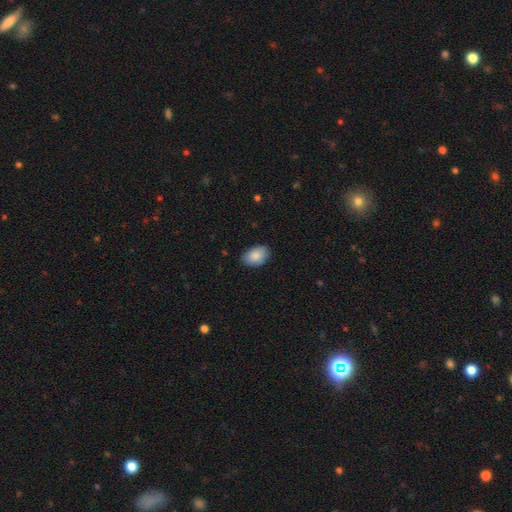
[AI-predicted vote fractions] The model was most divided on "merging": none: 82%, minor disturbance: 14%, major disturbance: 2%, merger: 1%. More confident: how rounded — in between (89%); smooth or featured — smooth (88%).